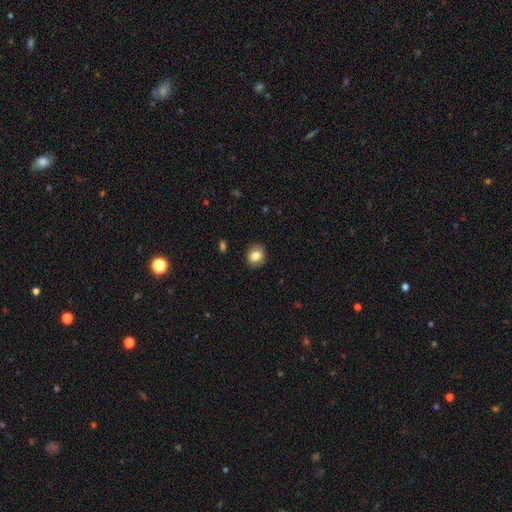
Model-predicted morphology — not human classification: Smooth or featured: smooth — 83% (star or artifact — 9%)
How rounded: round — 74% (in between — 25%)
Merging: none — 88% (minor disturbance — 9%)